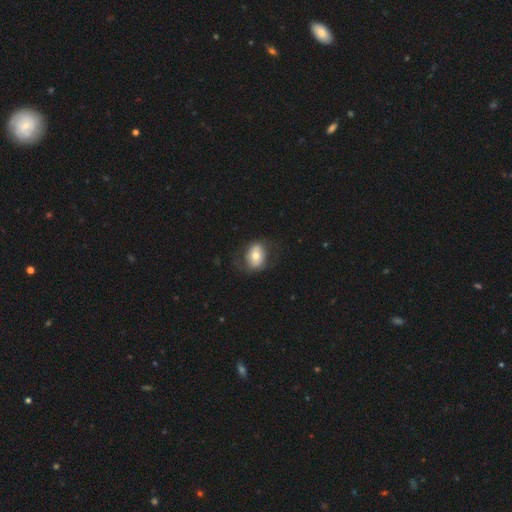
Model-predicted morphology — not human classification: type=smooth (57%); roundness=in between (66%); merging=none (68%).